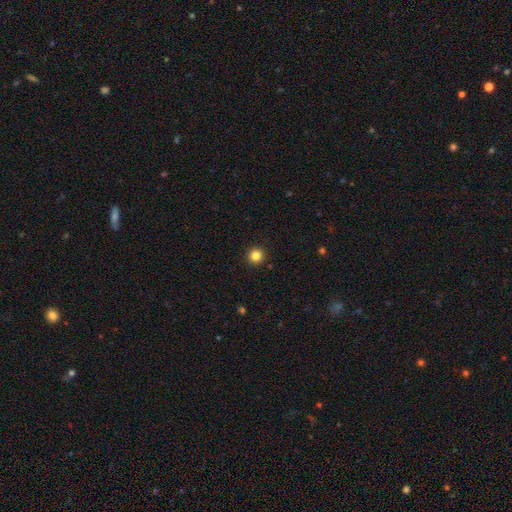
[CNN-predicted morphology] This is clearly a smooth galaxy (83%). How rounded: clearly round (96%). Merging: clearly none (93%).